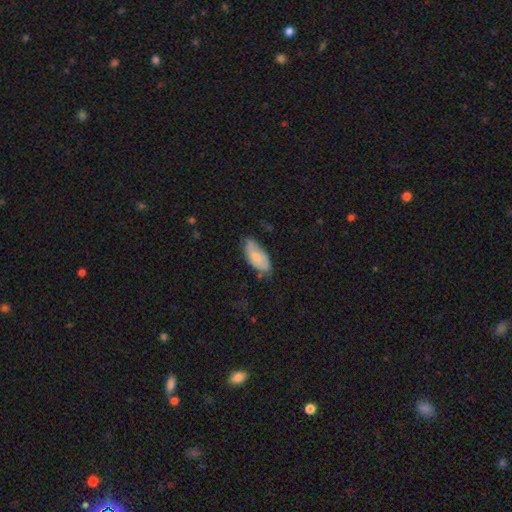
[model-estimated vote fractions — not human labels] A smooth galaxy with no disk features (63%) that is in between round and cigar-shaped (89%). Merging: none (65%).